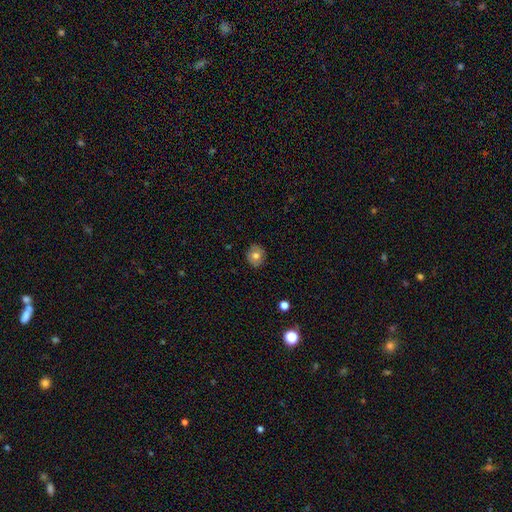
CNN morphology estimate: This is likely a smooth galaxy (72%). How rounded: likely round (78%). Merging: clearly none (88%).